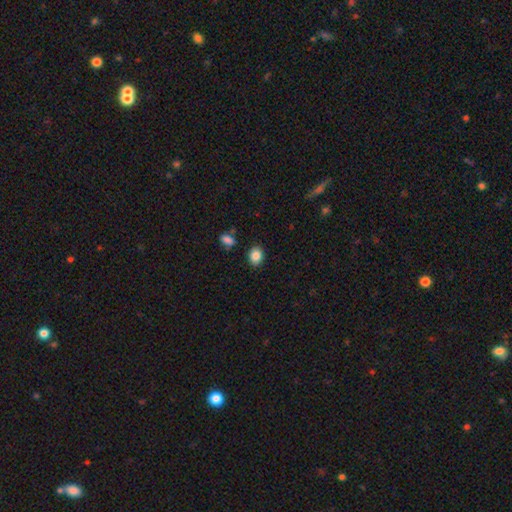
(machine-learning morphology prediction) This appears to be a smooth galaxy with no disk features (86%) that is in between round and cigar-shaped (59%). Merging: none (86%).